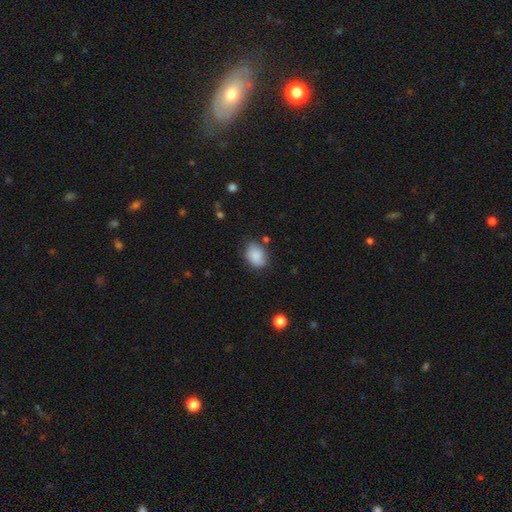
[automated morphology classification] A smooth galaxy with no disk features (87%) that is in between round and cigar-shaped (73%).

Vote fractions:
- Smooth or featured? smooth: 87% / star or artifact: 8% / featured or disk: 5%
- How rounded? in between: 73% / round: 26% / cigar-shaped: 1%
- Merging? none: 72% / minor disturbance: 20% / major disturbance: 5% / merger: 3%